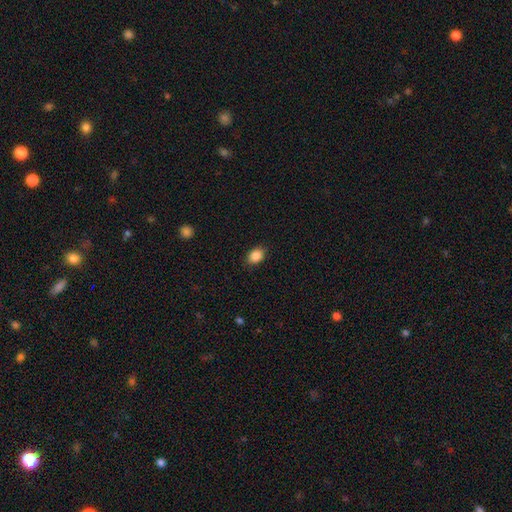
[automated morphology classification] smooth_or_featured: smooth (p=0.88) [alt: star or artifact p=0.09]
how_rounded: in between (p=0.70) [alt: round p=0.29]
merging: none (p=0.87) [alt: minor disturbance p=0.10]